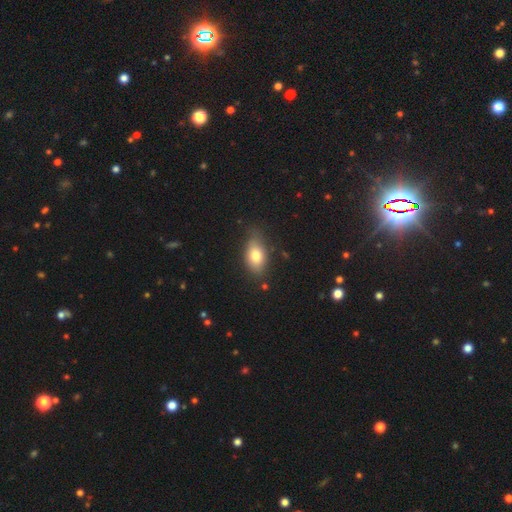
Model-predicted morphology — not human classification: The model was most divided on "merging": none: 70%, minor disturbance: 23%, major disturbance: 5%, merger: 2%. More confident: how rounded — in between (88%); smooth or featured — smooth (77%).